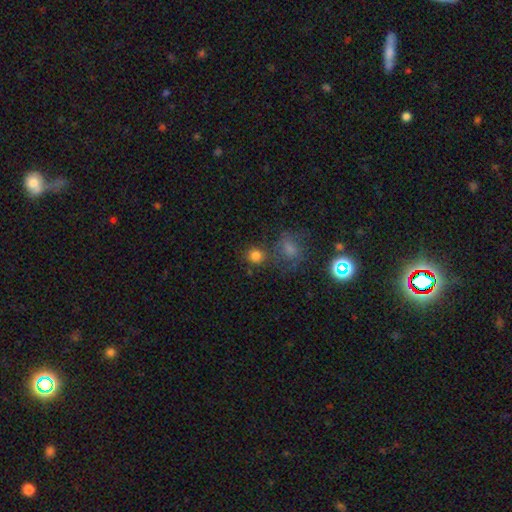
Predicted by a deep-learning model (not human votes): Smooth or featured? smooth (80%)
How rounded? round (87%)
Merging? none (67%)